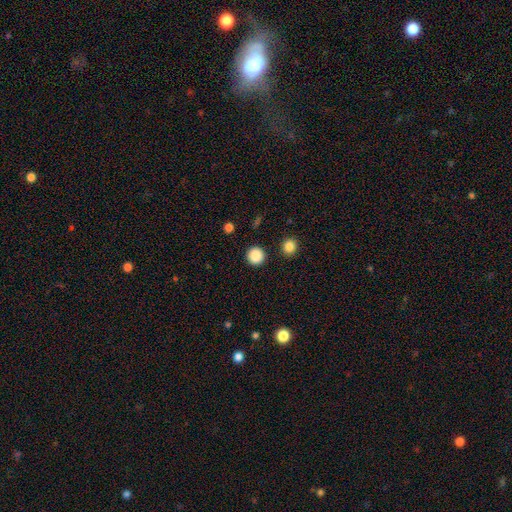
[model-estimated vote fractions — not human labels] Smooth or featured: smooth — 87% (star or artifact — 10%)
How rounded: round — 95% (in between — 4%)
Merging: none — 92% (minor disturbance — 4%)